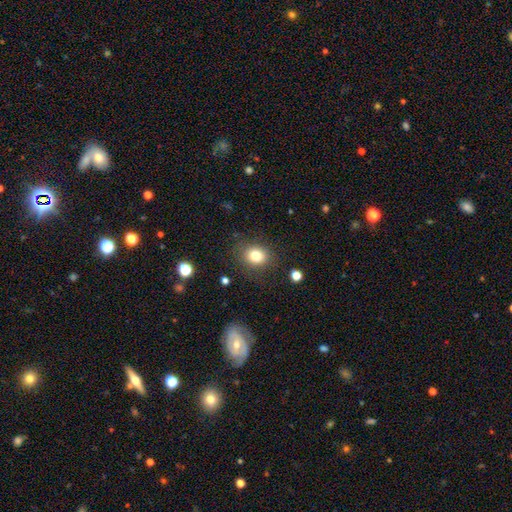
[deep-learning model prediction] Q: Smooth or featured?
A: smooth (80%); runner-up: star or artifact (12%)
Q: How rounded?
A: round (64%); runner-up: in between (35%)
Q: Merging?
A: none (84%); runner-up: minor disturbance (11%)